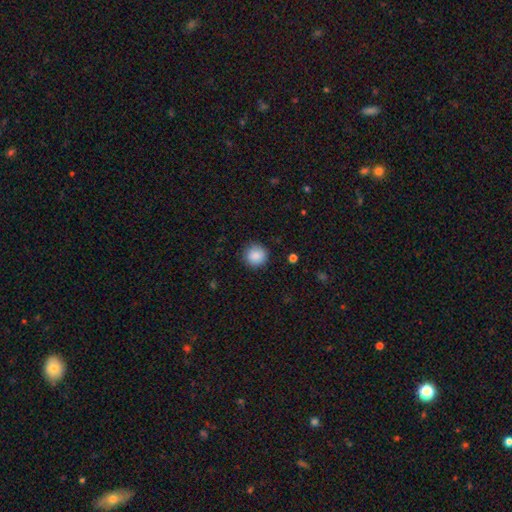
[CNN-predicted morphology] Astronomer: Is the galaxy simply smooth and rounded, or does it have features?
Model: smooth — 88%.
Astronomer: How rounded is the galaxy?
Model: round — 93%.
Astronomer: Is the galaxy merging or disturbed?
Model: none — 89%.